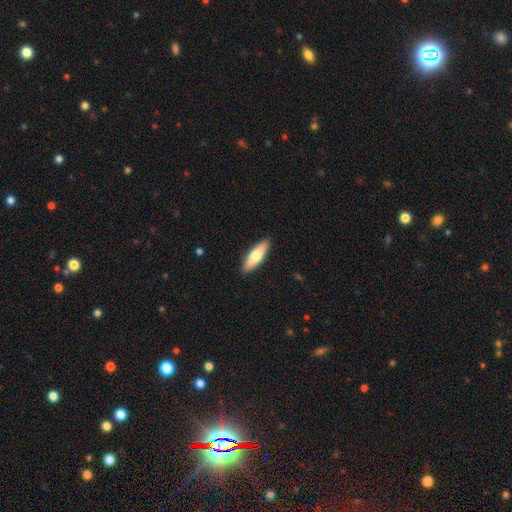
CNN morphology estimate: smooth_or_featured: smooth (p=0.71) [alt: featured or disk p=0.24]
how_rounded: in between (p=0.52) [alt: cigar-shaped p=0.46]
merging: none (p=0.90) [alt: minor disturbance p=0.08]